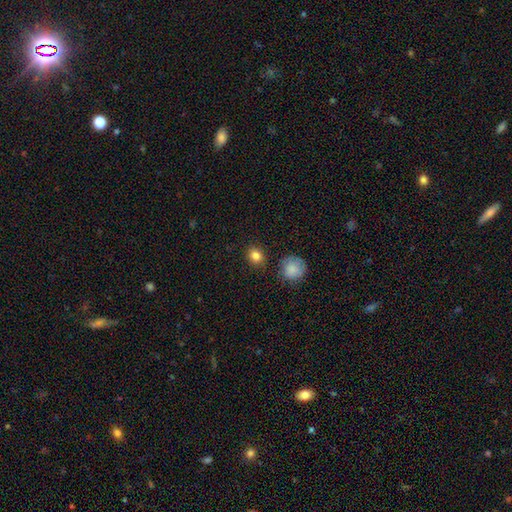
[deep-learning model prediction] Overall: smooth (84%). How rounded: round (65%; in between 34%). Merging: none (86%).